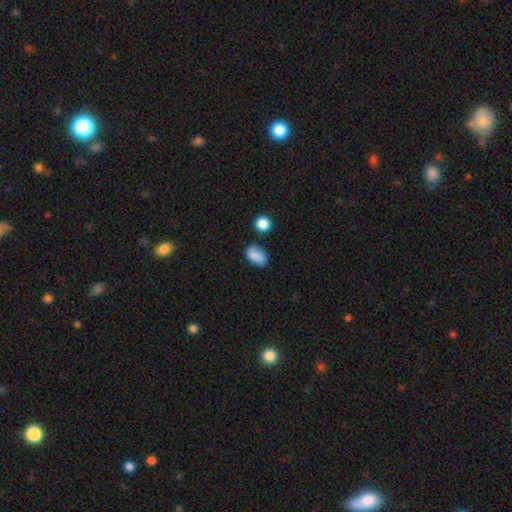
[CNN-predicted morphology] Overall: smooth (83%). How rounded: in between (86%). Merging: none (64%; minor disturbance 25%).